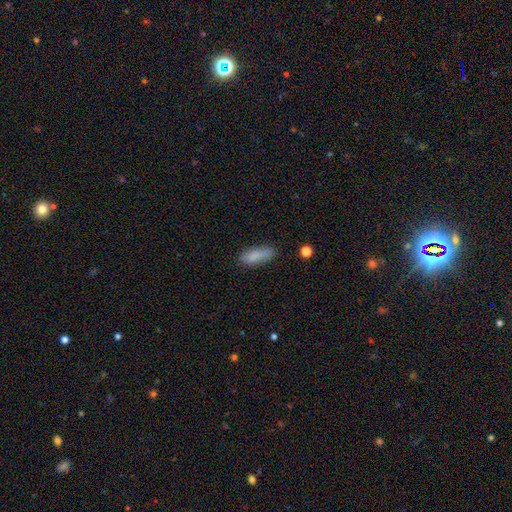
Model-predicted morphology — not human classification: The model was most divided on "how rounded": in between: 62%, cigar-shaped: 36%, round: 2%. More confident: smooth or featured — smooth (84%); merging — none (72%).